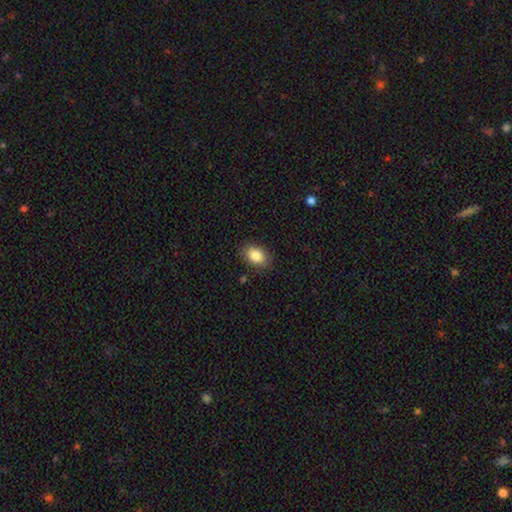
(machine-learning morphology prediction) The model was most divided on "how rounded": in between: 81%, round: 18%, cigar-shaped: 1%. More confident: smooth or featured — smooth (86%); merging — none (85%).